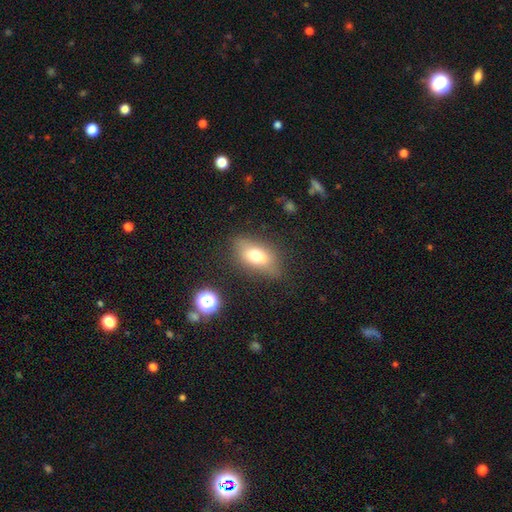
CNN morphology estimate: type=smooth (66%); roundness=in between (81%); merging=none (50%).